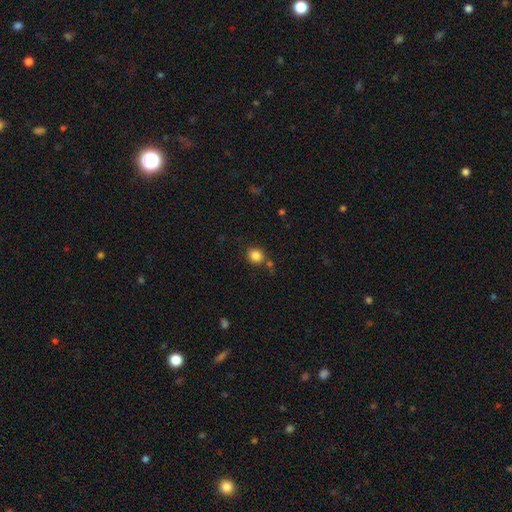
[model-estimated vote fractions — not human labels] smooth 85%, star or artifact 11%, featured or disk 5%. Down the decision tree: how rounded — round (85%); merging — none (75%).